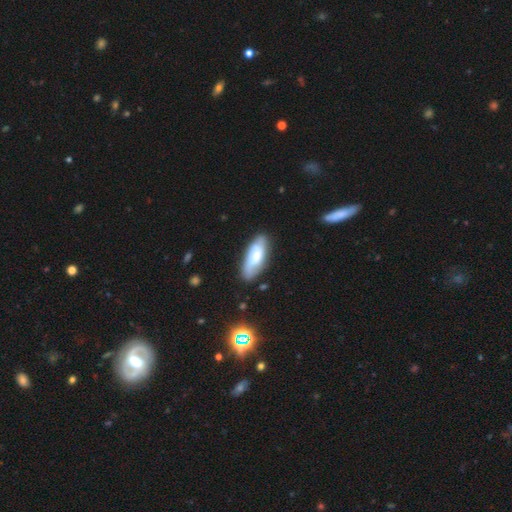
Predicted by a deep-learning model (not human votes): A smooth galaxy with no disk features (51%) that is in between round and cigar-shaped (75%).

Vote fractions:
- Smooth or featured? smooth: 51% / featured or disk: 42% / star or artifact: 7%
- How rounded? in between: 75% / cigar-shaped: 23% / round: 2%
- Merging? none: 69% / minor disturbance: 22% / major disturbance: 6% / merger: 3%